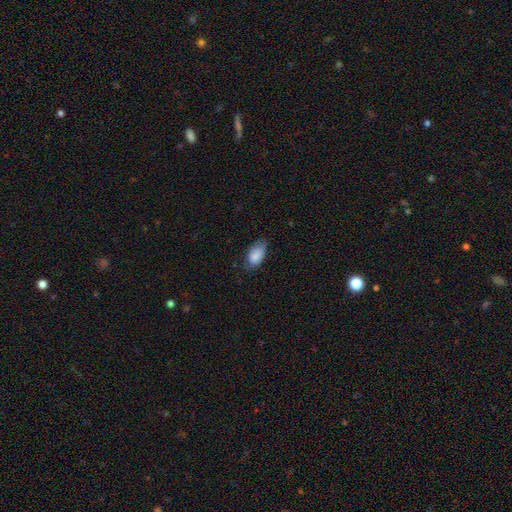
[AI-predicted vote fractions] A smooth galaxy with no disk features (87%) that is in between round and cigar-shaped (93%).

Vote fractions:
- Smooth or featured? smooth: 87% / featured or disk: 7% / star or artifact: 7%
- How rounded? in between: 93% / round: 4% / cigar-shaped: 3%
- Merging? none: 57% / minor disturbance: 34% / major disturbance: 7% / merger: 1%